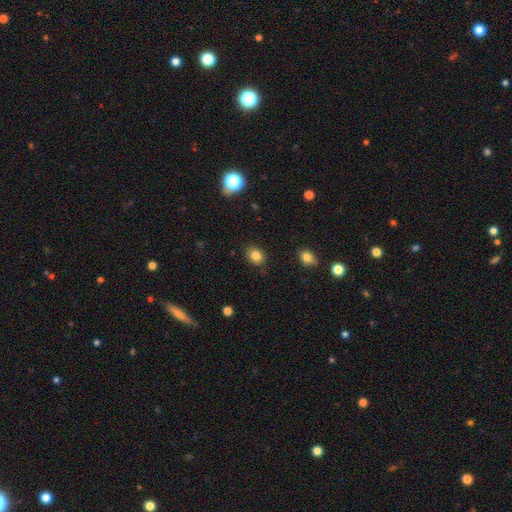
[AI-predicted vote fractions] Smooth or featured? smooth (83%)
How rounded? round (54%)
Merging? none (85%)